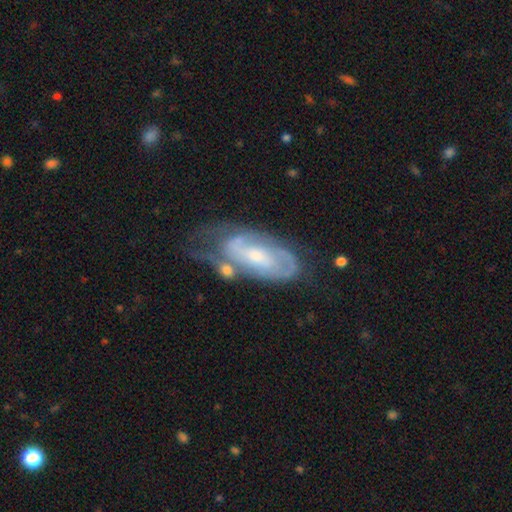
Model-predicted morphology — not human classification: featured or disk 77%, smooth 17%, star or artifact 6%. Down the decision tree: edge-on disk — no (93%); bar — no (52%); spiral arms — yes (87%); spiral arm count — 2 (49%); spiral winding — tight (54%); bulge size — small (49%); merging — none (41%).